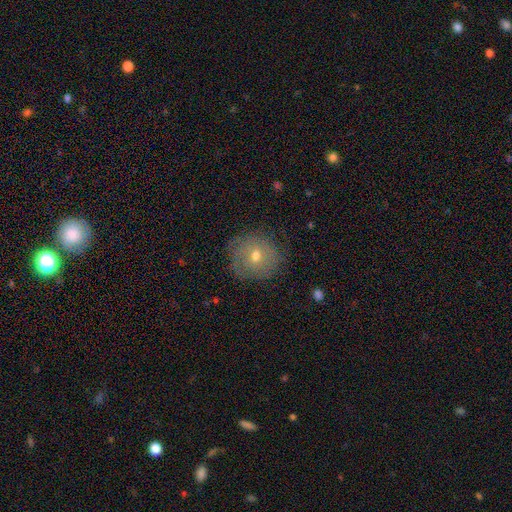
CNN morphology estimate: This appears to be a smooth galaxy with no disk features (51%) that is round (86%). Merging: none (78%).